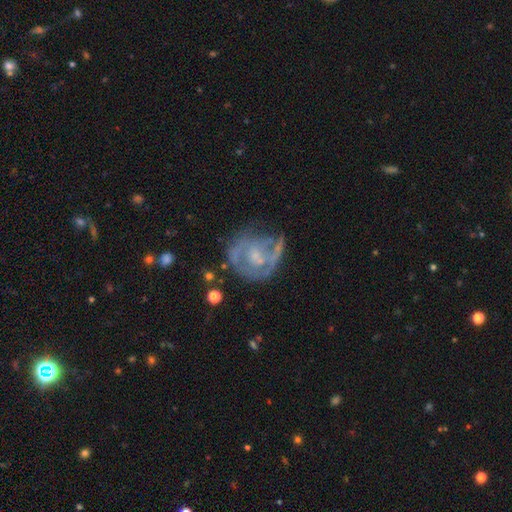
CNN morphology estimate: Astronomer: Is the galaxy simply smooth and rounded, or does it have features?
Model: featured or disk — 74%.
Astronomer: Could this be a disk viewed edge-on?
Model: no — 97%.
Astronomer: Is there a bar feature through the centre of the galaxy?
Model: no — 64%.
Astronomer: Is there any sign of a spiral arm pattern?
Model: yes — 68%.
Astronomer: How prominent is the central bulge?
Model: small — 55%.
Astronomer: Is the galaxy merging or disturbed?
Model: none — 53%.